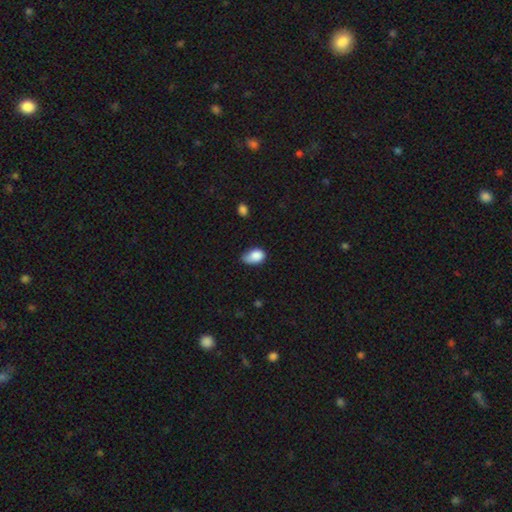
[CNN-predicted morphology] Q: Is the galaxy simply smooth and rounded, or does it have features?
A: smooth — 85%.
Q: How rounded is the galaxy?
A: in between — 86%.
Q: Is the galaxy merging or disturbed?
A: minor disturbance — 48%.